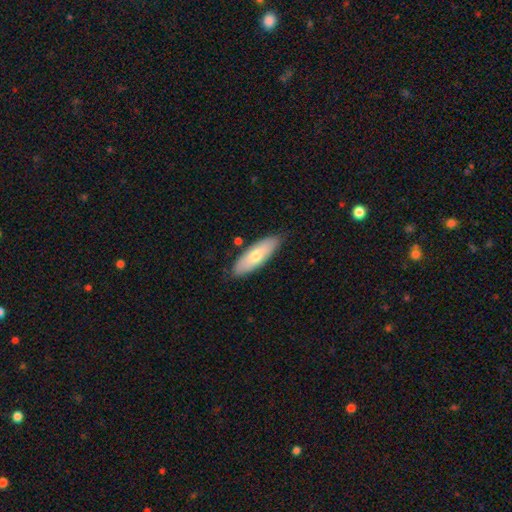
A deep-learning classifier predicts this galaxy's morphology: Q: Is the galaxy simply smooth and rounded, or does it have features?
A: smooth — 68%.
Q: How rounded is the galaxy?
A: in between — 59%.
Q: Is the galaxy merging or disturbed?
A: none — 83%.